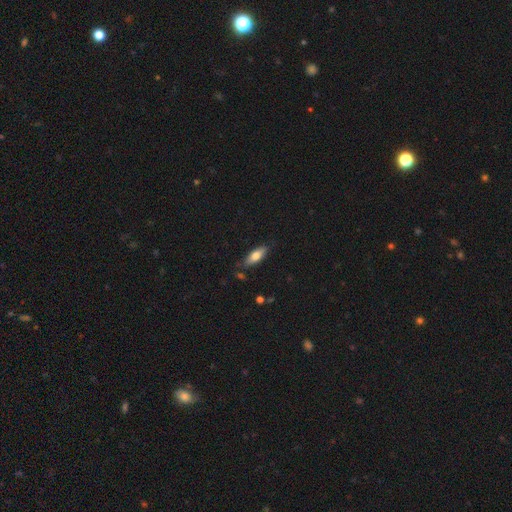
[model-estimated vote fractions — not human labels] Smooth or featured? smooth (71%)
How rounded? in between (66%)
Merging? none (79%)